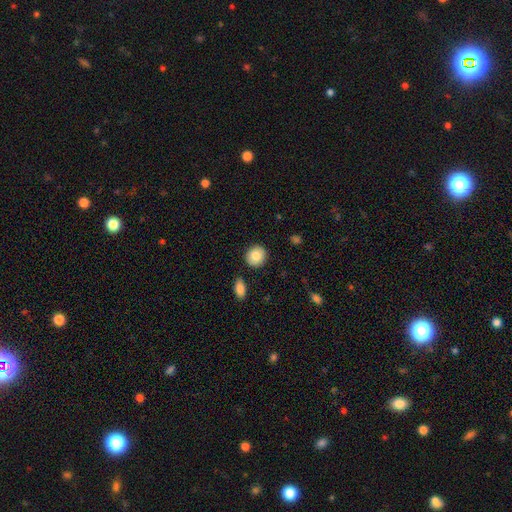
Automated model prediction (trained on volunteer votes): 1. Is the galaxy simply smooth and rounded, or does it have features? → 85% smooth, 8% featured or disk, 7% star or artifact.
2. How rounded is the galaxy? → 81% round, 18% in between, 1% cigar-shaped.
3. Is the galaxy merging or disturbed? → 88% none, 8% minor disturbance, 3% merger, 2% major disturbance.